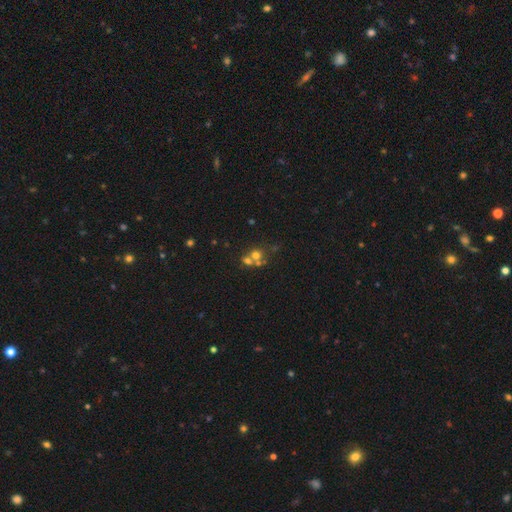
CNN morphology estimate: Q: Smooth or featured?
A: smooth (56%); runner-up: featured or disk (23%)
Q: How rounded?
A: round (80%); runner-up: in between (19%)
Q: Merging?
A: merger (50%); runner-up: none (38%)